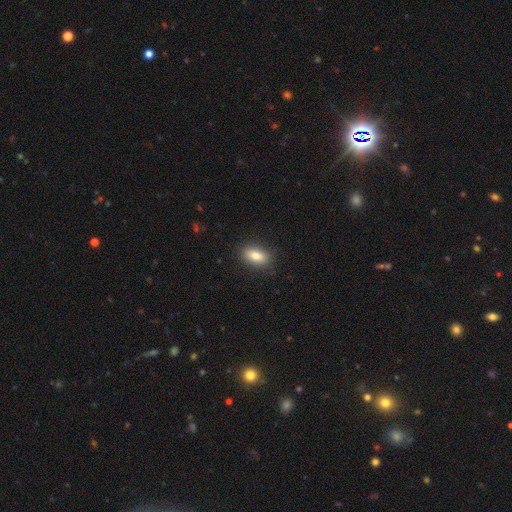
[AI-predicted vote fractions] A smooth galaxy with no disk features (84%) that is in between round and cigar-shaped (88%).

Vote fractions:
- Smooth or featured? smooth: 84% / featured or disk: 9% / star or artifact: 8%
- How rounded? in between: 88% / round: 6% / cigar-shaped: 5%
- Merging? none: 87% / minor disturbance: 10% / major disturbance: 3% / merger: 1%